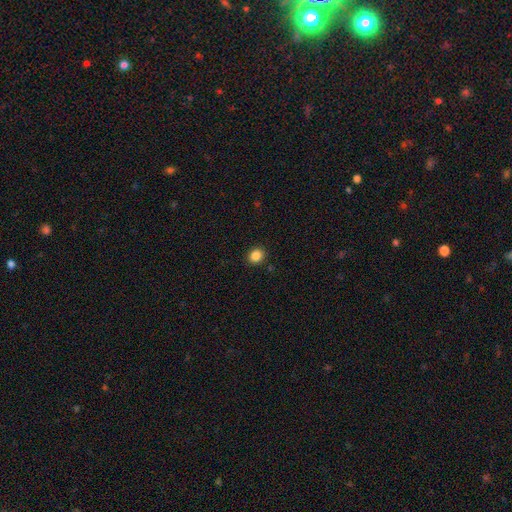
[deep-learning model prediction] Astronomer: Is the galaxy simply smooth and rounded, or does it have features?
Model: smooth — 86%.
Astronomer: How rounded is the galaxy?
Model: round — 69%.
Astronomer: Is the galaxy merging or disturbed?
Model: none — 90%.